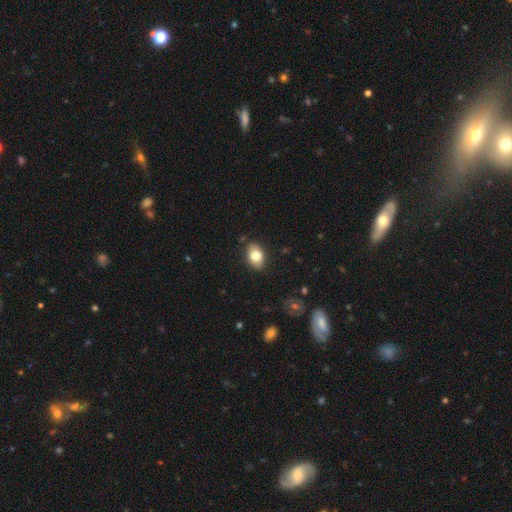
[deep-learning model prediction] Overall: smooth (78%). How rounded: in between (85%). Merging: none (86%).